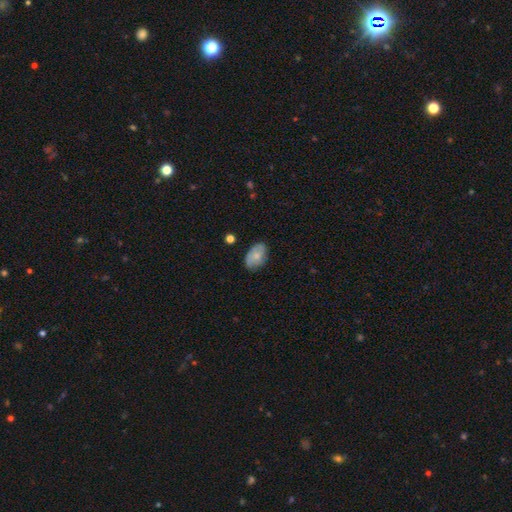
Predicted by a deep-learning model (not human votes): smooth-or-featured: smooth: 64% | featured or disk: 29% | star or artifact: 7%
  how-rounded: in between: 89% | round: 10% | cigar-shaped: 1%
  merging: none: 70% | minor disturbance: 23% | major disturbance: 5% | merger: 2%